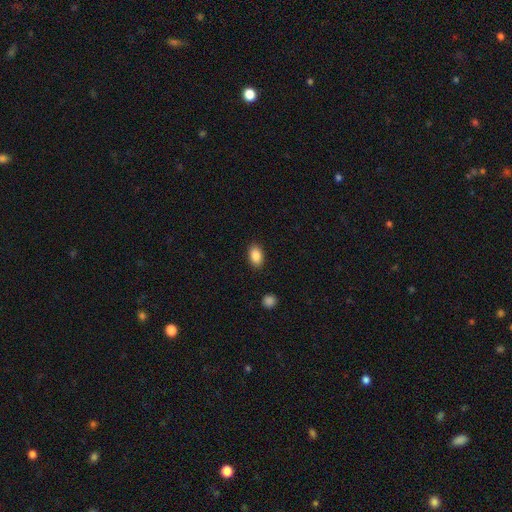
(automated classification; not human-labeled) smooth 87%, star or artifact 8%, featured or disk 5%. Down the decision tree: how rounded — in between (89%); merging — none (88%).